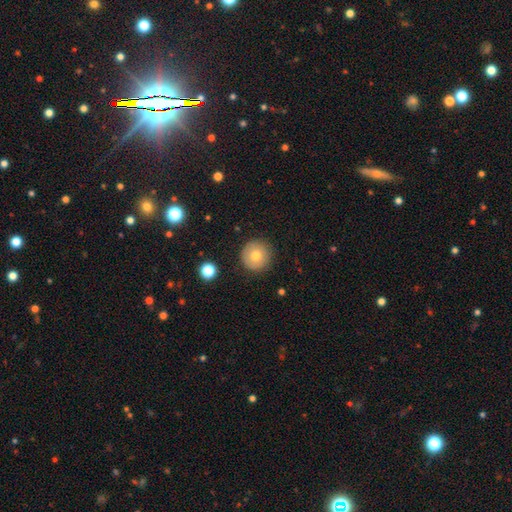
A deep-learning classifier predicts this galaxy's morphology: A smooth galaxy with no disk features (73%) that is round (96%). Merging: none (89%).